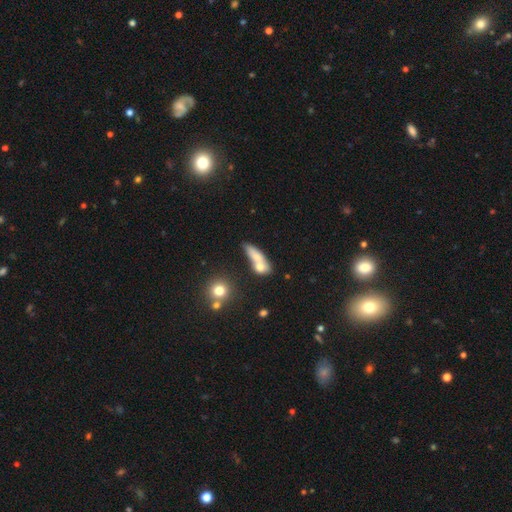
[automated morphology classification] Smooth or featured? smooth (66%)
How rounded? in between (45%, tied with cigar-shaped)
Merging? merger (40%)